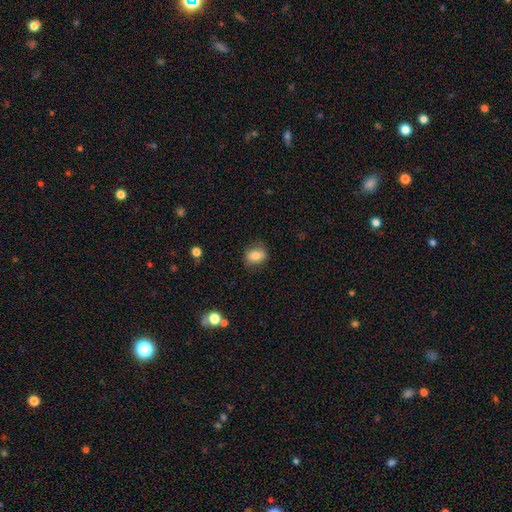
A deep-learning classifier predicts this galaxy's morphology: Smooth or featured? smooth (80%)
How rounded? round (51%)
Merging? none (80%)